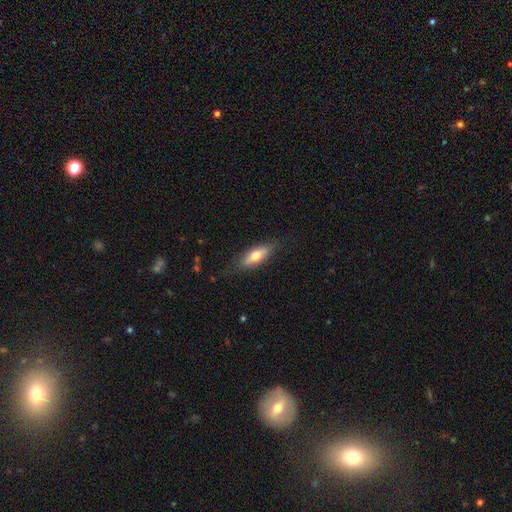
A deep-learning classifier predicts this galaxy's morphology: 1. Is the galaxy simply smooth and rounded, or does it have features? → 63% smooth, 31% featured or disk, 6% star or artifact.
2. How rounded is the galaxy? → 58% in between, 39% cigar-shaped, 3% round.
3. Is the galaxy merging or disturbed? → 80% none, 15% minor disturbance, 4% major disturbance, 1% merger.